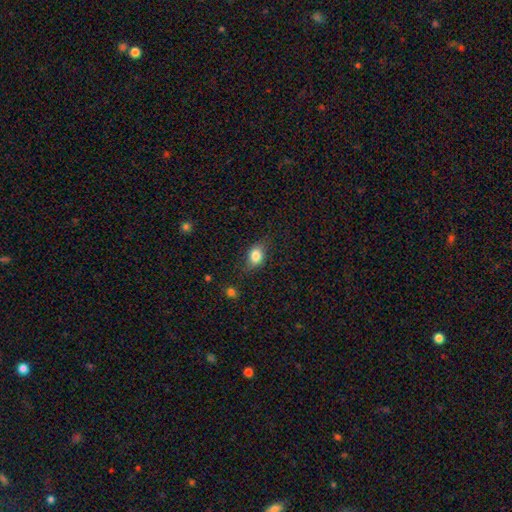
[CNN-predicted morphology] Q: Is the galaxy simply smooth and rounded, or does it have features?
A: smooth — 81%.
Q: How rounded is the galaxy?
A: in between — 71%.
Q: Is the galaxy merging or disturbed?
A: none — 74%.